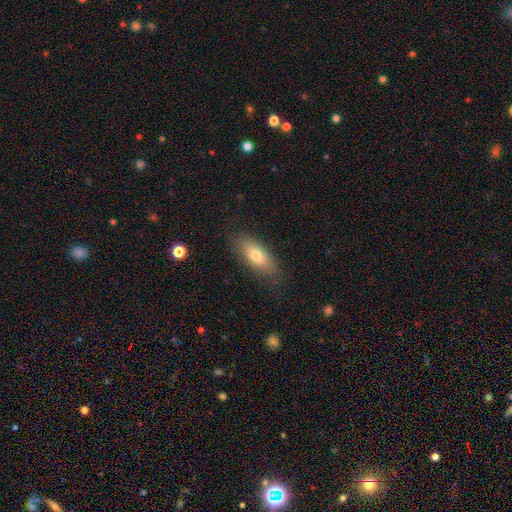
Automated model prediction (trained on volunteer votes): Smooth or featured?
  - smooth: 73% *
  - featured or disk: 20%
  - star or artifact: 8%
How rounded?
  - in between: 74% *
  - cigar-shaped: 22%
  - round: 4%
Merging?
  - none: 82% *
  - minor disturbance: 13%
  - major disturbance: 4%
  - merger: 1%